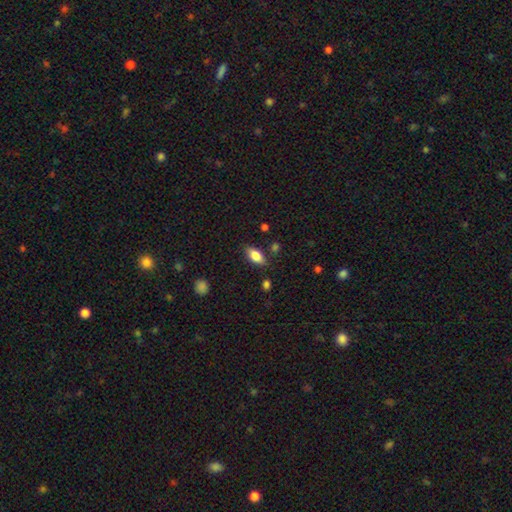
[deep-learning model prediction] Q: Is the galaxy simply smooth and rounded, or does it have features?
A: smooth — 82%.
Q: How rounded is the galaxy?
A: in between — 89%.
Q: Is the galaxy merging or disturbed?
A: none — 82%.